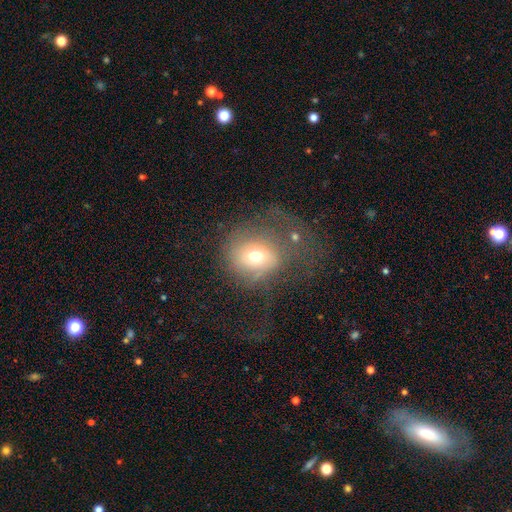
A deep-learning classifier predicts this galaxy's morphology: Overall: smooth (61%; featured or disk 26%). How rounded: round (72%). Merging: major disturbance (45%; none 31%).